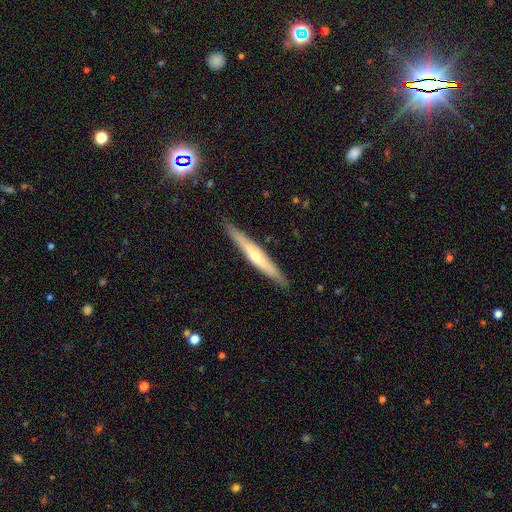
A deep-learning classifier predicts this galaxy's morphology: The model was most divided on "smooth or featured": featured or disk: 61%, smooth: 33%, star or artifact: 6%. More confident: edge-on disk — yes (94%); merging — none (89%); edge-on bulge — rounded (70%).